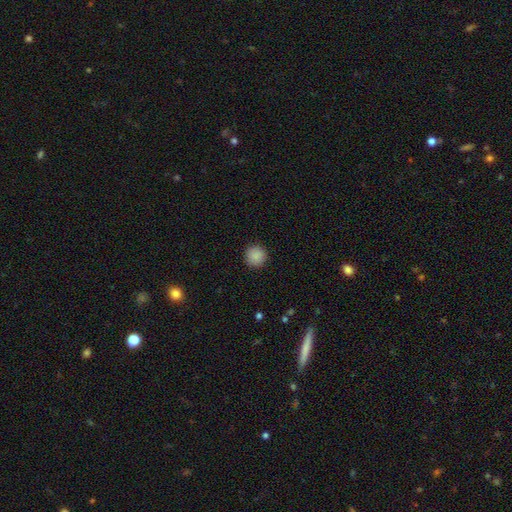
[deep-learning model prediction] A smooth galaxy with no disk features (88%) that is round (96%).

Vote fractions:
- Smooth or featured? smooth: 88% / star or artifact: 9% / featured or disk: 3%
- How rounded? round: 96% / in between: 3% / cigar-shaped: 1%
- Merging? none: 92% / minor disturbance: 5% / major disturbance: 2% / merger: 1%